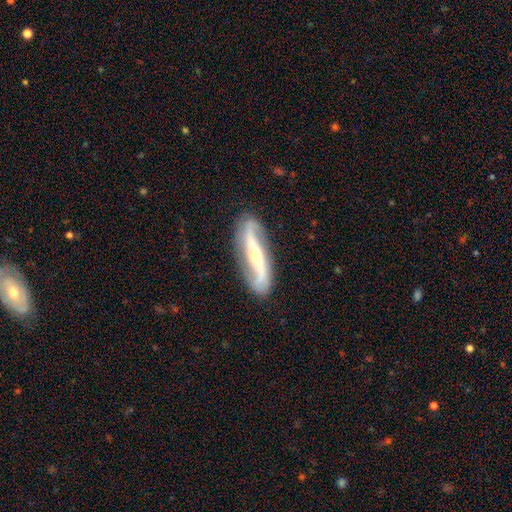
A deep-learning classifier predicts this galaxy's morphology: A featured or disk galaxy (85%) with a strong bar (42%), 2 (92%) loose (53%) spiral arms (95%) and a small central bulge (55%).

Vote fractions:
- Smooth or featured? featured or disk: 85% / smooth: 10% / star or artifact: 5%
- Edge-on disk? no: 84% / yes: 16%
- Bar? strong: 42% / no: 34% / weak: 24%
- Spiral arms? yes: 95% / no: 5%
- Spiral winding? loose: 53% / medium: 31% / tight: 16%
- Spiral arm count? 2: 92% / can't tell: 3% / 1: 2% / 3: 1% / 4: 1% / more than 4: 1%
- Bulge size? small: 55% / moderate: 40% / large: 3% / none: 2% / dominant: 1%
- Merging? none: 83% / minor disturbance: 12% / major disturbance: 3% / merger: 1%